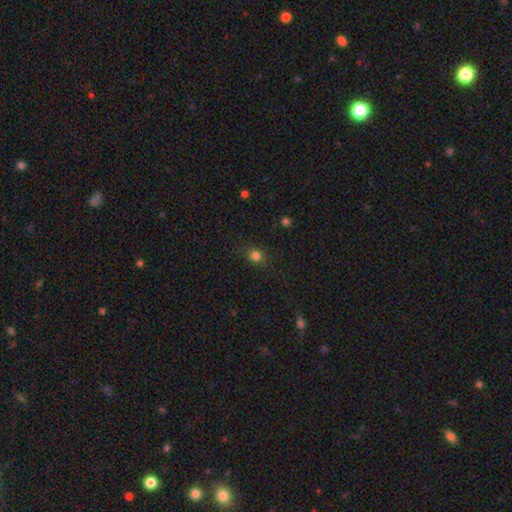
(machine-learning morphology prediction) A smooth galaxy with no disk features (79%) that is round (81%). Merging: none (84%).